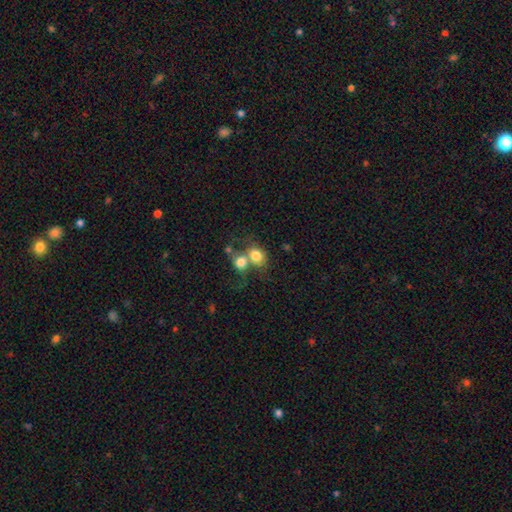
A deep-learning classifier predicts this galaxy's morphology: This appears to be a smooth galaxy with no disk features (76%) that is round (66%). Merging: merger (63%).